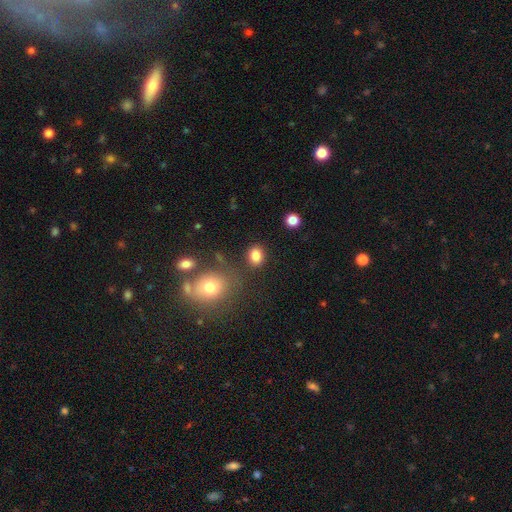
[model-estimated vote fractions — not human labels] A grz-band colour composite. It shows a smooth galaxy with no disk features (84%) that is in between round and cigar-shaped (53%). Merging: none (81%).